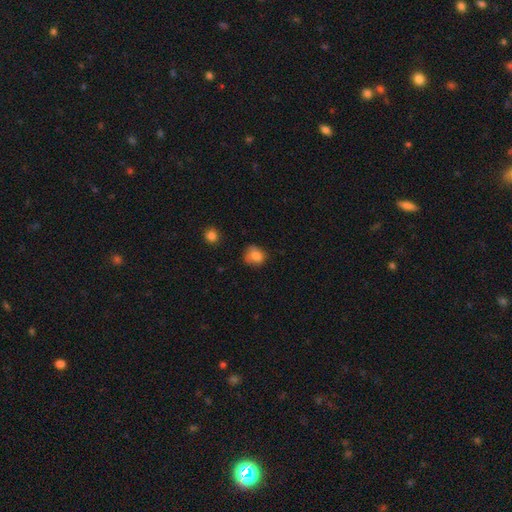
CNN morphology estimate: This appears to be a smooth galaxy with no disk features (77%) that is round (71%). Merging: none (60%).